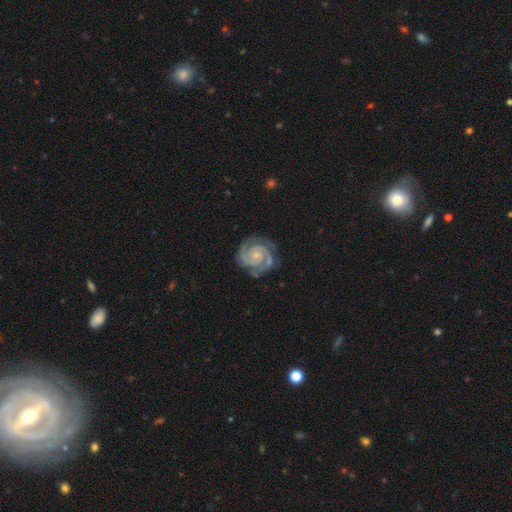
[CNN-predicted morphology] type=featured or disk (92%); edge-on=no (98%); bar=no (66%); spiral arms=yes (98%); winding=tight (71%); arm count=2 (79%); bulge=small (66%); merging=none (77%).